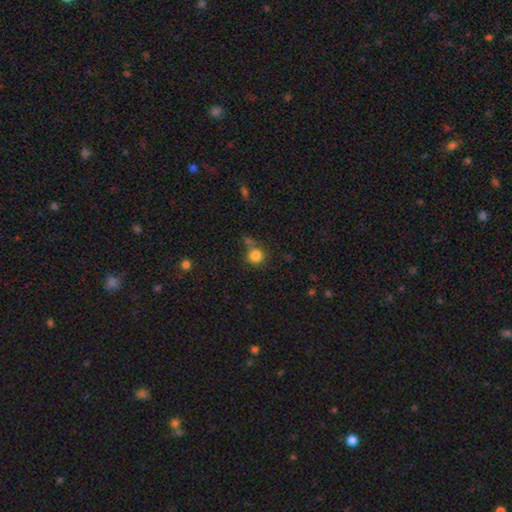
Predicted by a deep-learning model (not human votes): Smooth or featured: smooth — 84% (star or artifact — 11%)
How rounded: round — 91% (in between — 8%)
Merging: none — 68% (minor disturbance — 13%)